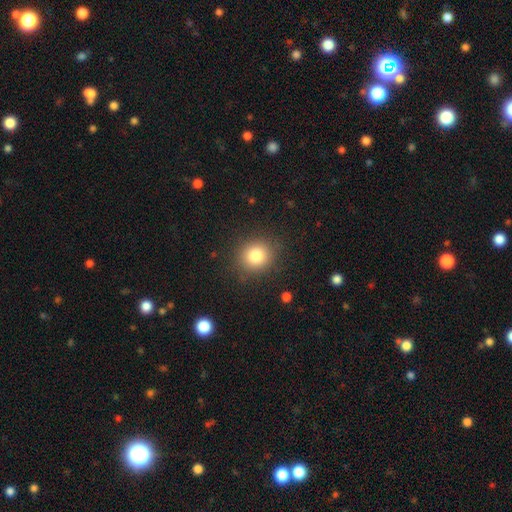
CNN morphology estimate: This is clearly a smooth galaxy (81%). How rounded: clearly round (82%). Merging: clearly none (87%).